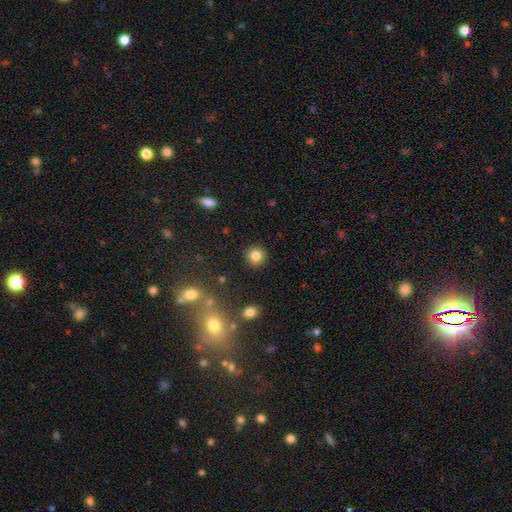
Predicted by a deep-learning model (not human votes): smooth-or-featured: smooth: 83% | star or artifact: 11% | featured or disk: 6%
  how-rounded: round: 92% | in between: 7% | cigar-shaped: 1%
  merging: none: 90% | minor disturbance: 6% | major disturbance: 2% | merger: 2%